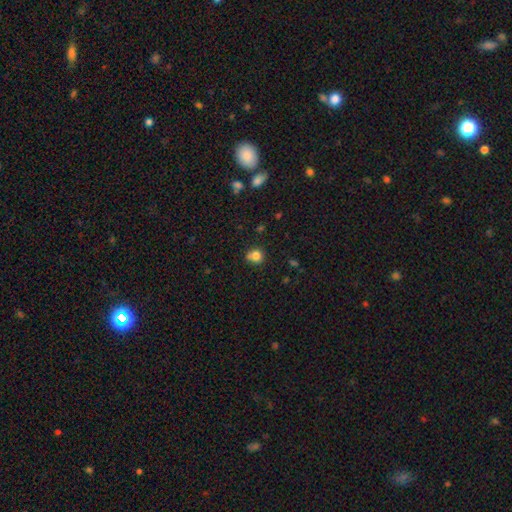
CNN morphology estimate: A smooth galaxy with no disk features (81%) that is round (84%). Merging: none (63%).